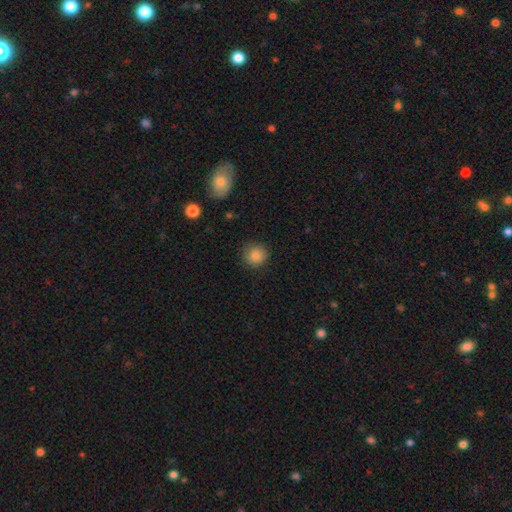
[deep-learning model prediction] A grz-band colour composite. It shows a smooth galaxy with no disk features (86%) that is round (92%). Merging: none (86%).